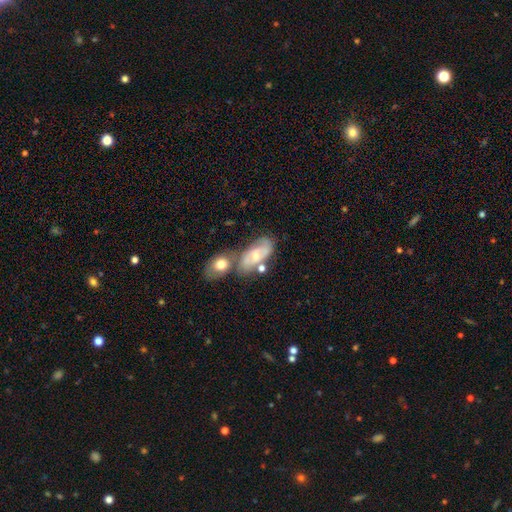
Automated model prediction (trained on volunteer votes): This is possibly a featured or disk galaxy (57%). It is clearly not viewed edge-on (91%). Bar: likely no (70%). Spiral arm pattern: likely yes (66%). Central bulge: possibly small (47%, tied with moderate). Merging: marginally none (37%, tied with merger).